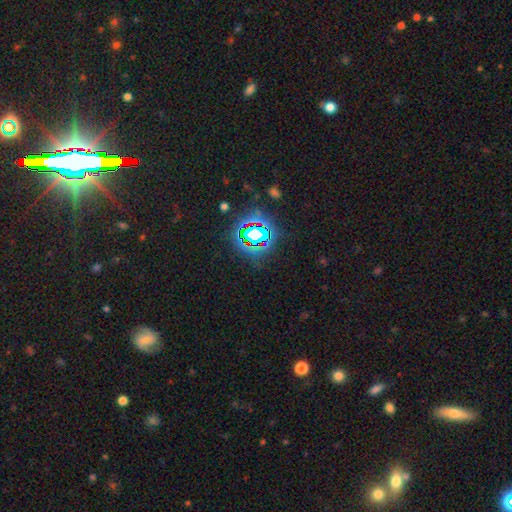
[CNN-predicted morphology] A star or artifact, not a galaxy (81%).